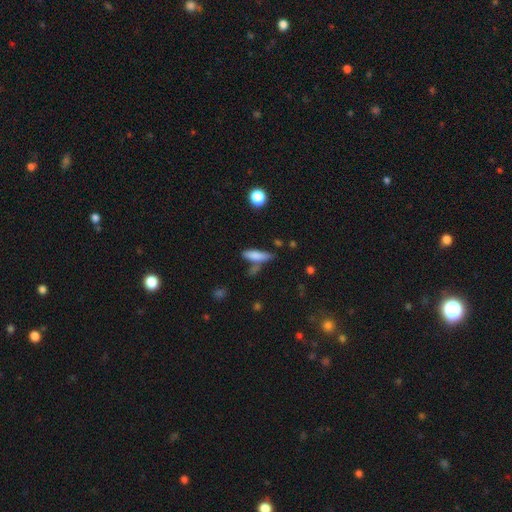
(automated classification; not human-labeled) Smooth or featured: smooth — 77% (featured or disk — 15%)
How rounded: cigar-shaped — 62% (in between — 35%)
Merging: none — 58% (minor disturbance — 19%)